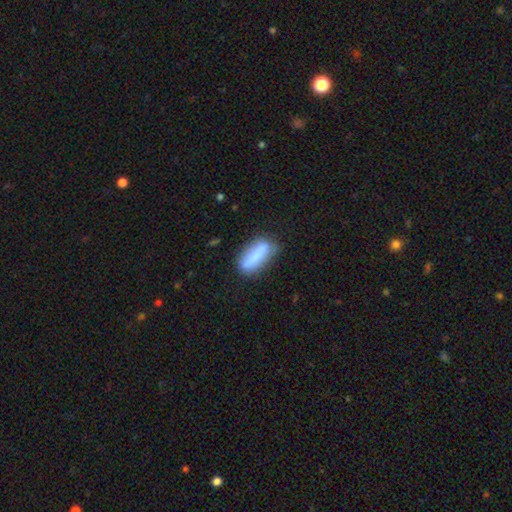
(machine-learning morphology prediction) Smooth or featured? smooth (75%)
How rounded? in between (54%)
Merging? none (72%)